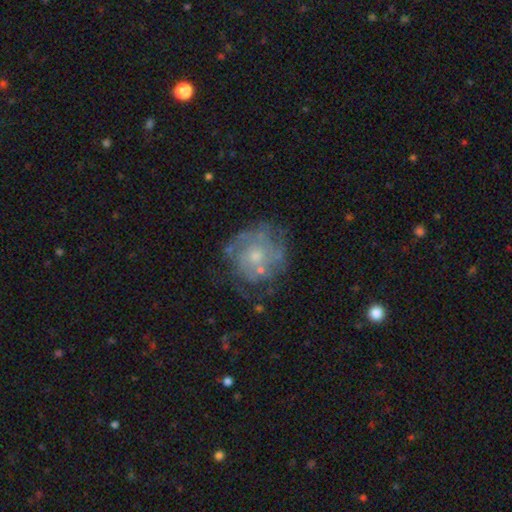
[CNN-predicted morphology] type=featured or disk (68%); edge-on=no (98%); bar=no (85%); spiral arms=yes (60%); bulge=small (56%); merging=none (61%).